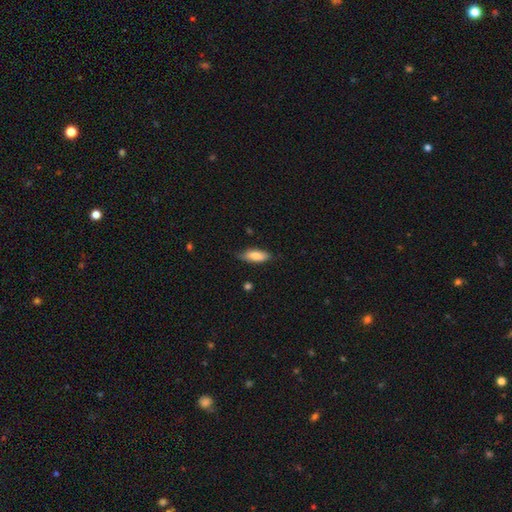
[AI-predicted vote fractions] Morphology: type=smooth (80%); roundness=in between (70%); merging=none (76%).